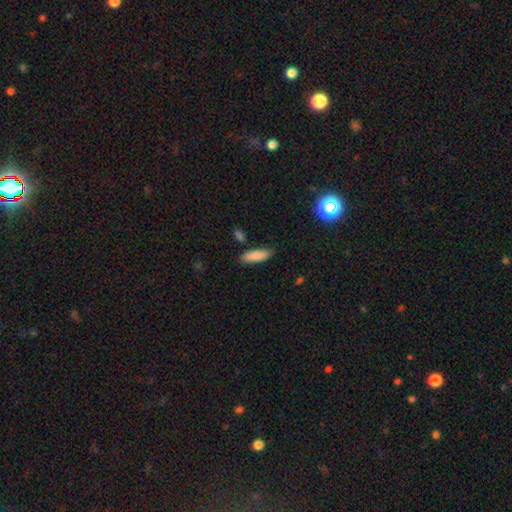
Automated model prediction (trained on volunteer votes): Smooth or featured? smooth (85%)
How rounded? in between (50%)
Merging? none (82%)